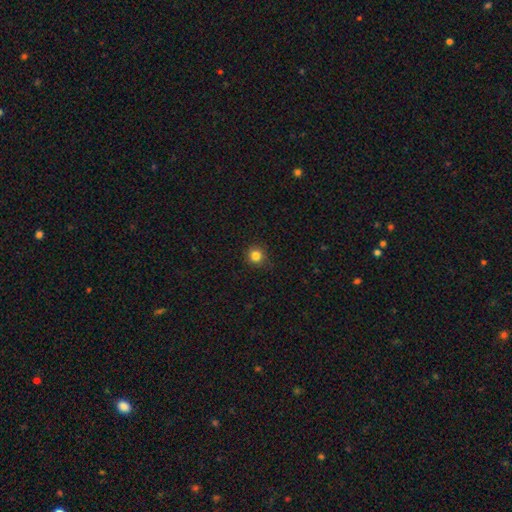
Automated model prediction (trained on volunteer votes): The model was most divided on "smooth or featured": smooth: 83%, star or artifact: 12%, featured or disk: 5%. More confident: how rounded — round (93%); merging — none (87%).